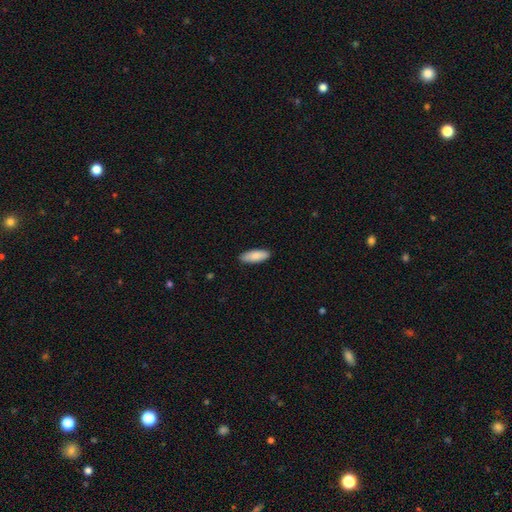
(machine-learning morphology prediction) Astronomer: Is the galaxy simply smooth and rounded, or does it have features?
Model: smooth — 89%.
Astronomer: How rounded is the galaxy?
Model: in between — 74%.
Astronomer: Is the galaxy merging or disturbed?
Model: none — 88%.